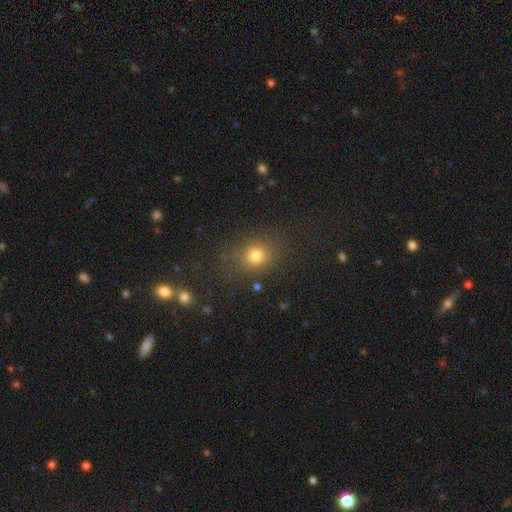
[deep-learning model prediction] Overall: smooth (75%). How rounded: round (69%; in between 30%). Merging: none (80%).